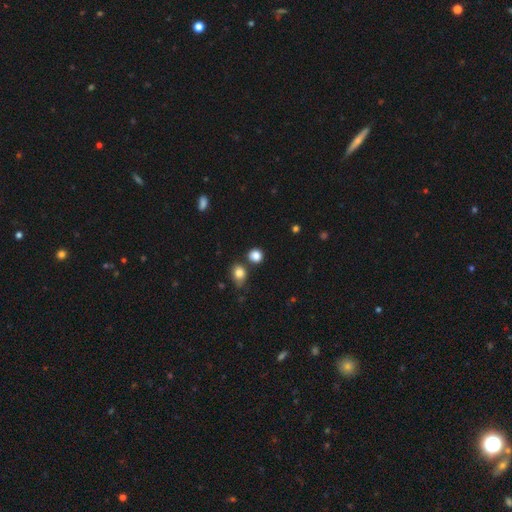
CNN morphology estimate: A smooth galaxy with no disk features (84%) that is round (82%). Merging: none (76%).